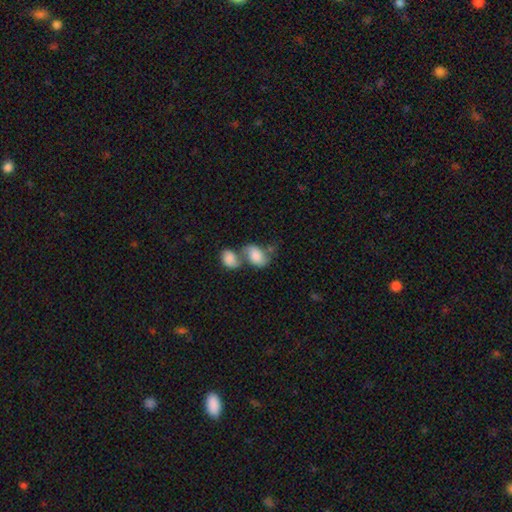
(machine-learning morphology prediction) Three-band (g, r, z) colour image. It shows a smooth galaxy with no disk features (70%) that is in between round and cigar-shaped (84%). Merging: merger (66%).